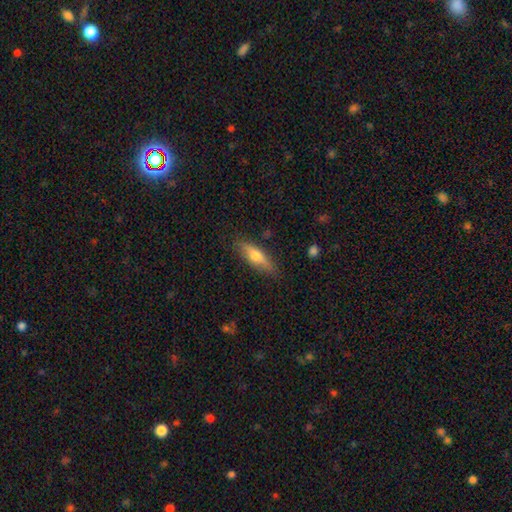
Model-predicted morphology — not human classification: Smooth or featured? smooth (51%)
How rounded? cigar-shaped (63%)
Merging? none (85%)